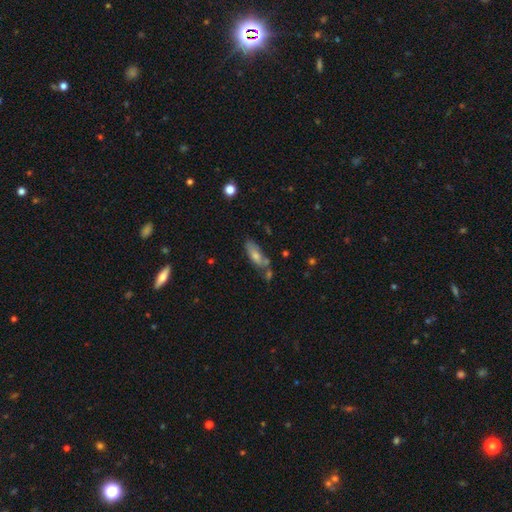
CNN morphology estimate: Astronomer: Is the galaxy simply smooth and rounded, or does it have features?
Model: smooth — 55% (runner-up: featured or disk, 33%).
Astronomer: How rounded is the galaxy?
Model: in between — 57% (runner-up: cigar-shaped, 40%).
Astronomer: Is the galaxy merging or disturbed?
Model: none — 56%.